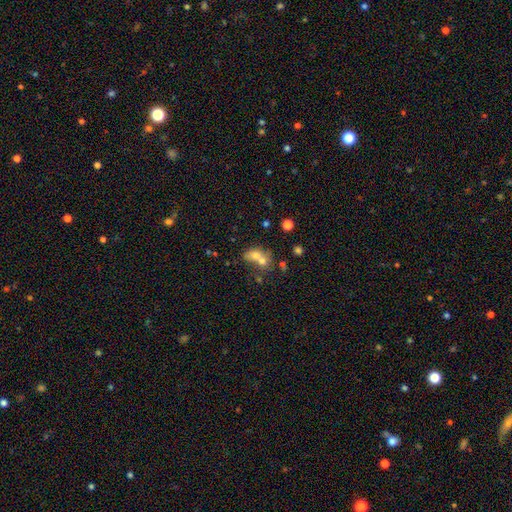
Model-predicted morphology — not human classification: Overall: smooth (65%). How rounded: in between (57%; round 41%). Merging: merger (65%).